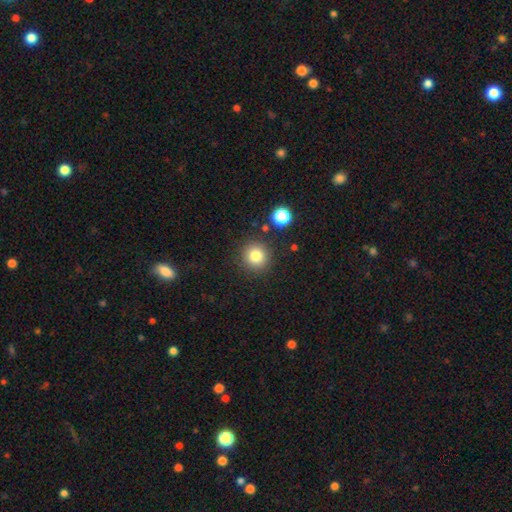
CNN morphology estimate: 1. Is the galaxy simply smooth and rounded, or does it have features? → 80% smooth, 13% star or artifact, 7% featured or disk.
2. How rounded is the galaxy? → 93% round, 6% in between, 1% cigar-shaped.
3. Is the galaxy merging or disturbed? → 87% none, 7% minor disturbance, 4% merger, 3% major disturbance.